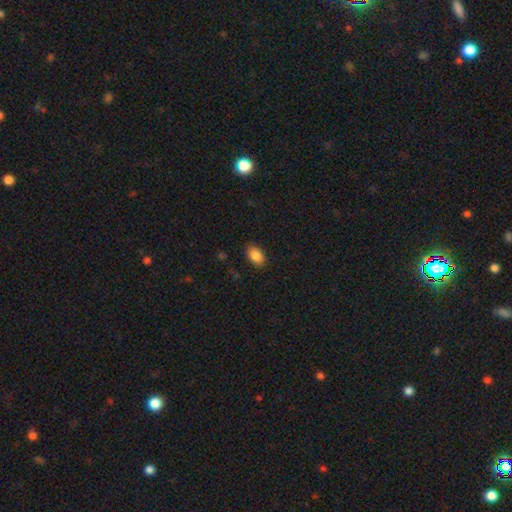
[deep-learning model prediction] Smooth or featured?
  - smooth: 87% *
  - star or artifact: 8%
  - featured or disk: 5%
How rounded?
  - in between: 90% *
  - round: 9%
  - cigar-shaped: 2%
Merging?
  - none: 85% *
  - minor disturbance: 11%
  - major disturbance: 3%
  - merger: 1%